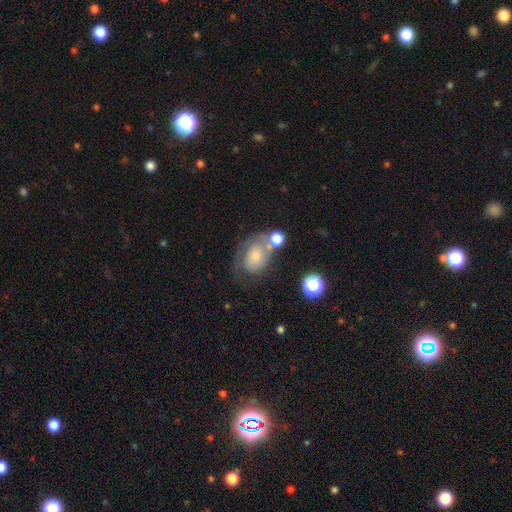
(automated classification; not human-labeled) This appears to be a smooth galaxy with no disk features (45%, tied with featured or disk). Merging: none (37%).